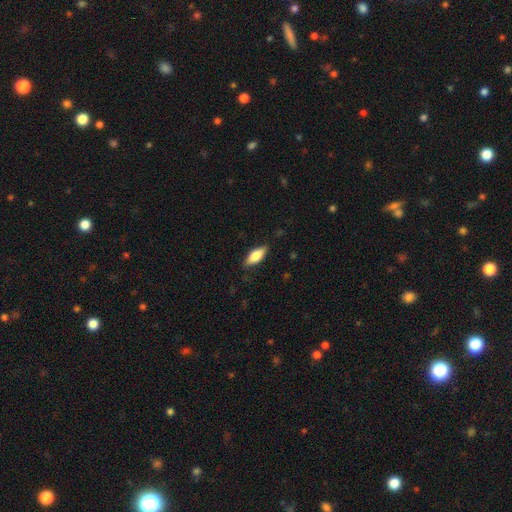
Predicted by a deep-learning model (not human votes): Smooth or featured? Predicted: smooth (p=0.73). How rounded? Predicted: in between (p=0.78). Merging? Predicted: none (p=0.82).